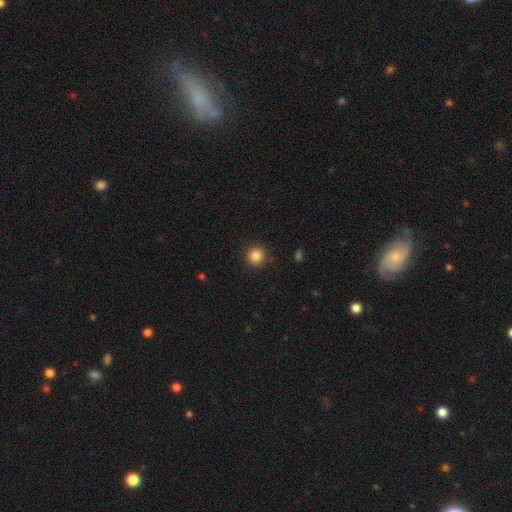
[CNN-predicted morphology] This is clearly a smooth galaxy (85%). How rounded: clearly round (94%). Merging: clearly none (90%).